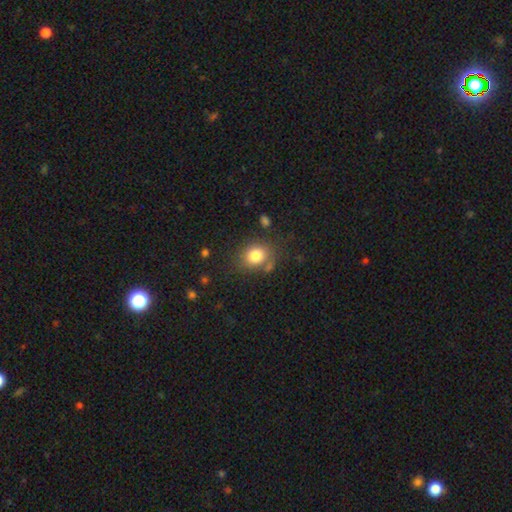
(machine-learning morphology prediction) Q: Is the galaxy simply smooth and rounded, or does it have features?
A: smooth — 81%.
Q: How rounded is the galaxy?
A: round — 57%.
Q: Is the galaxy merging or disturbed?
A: none — 71%.